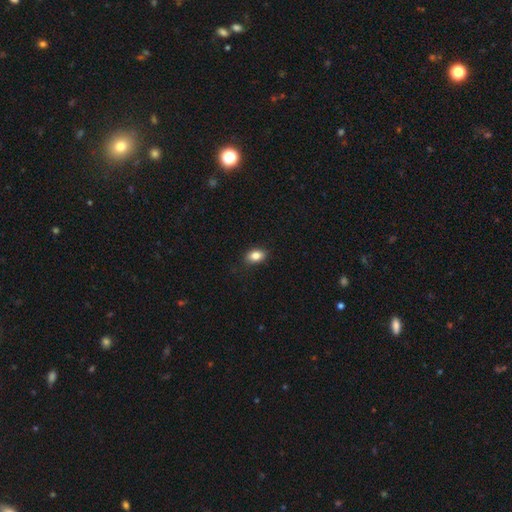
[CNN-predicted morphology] Q: Smooth or featured?
A: smooth (85%); runner-up: star or artifact (9%)
Q: How rounded?
A: in between (79%); runner-up: round (19%)
Q: Merging?
A: none (85%); runner-up: minor disturbance (11%)